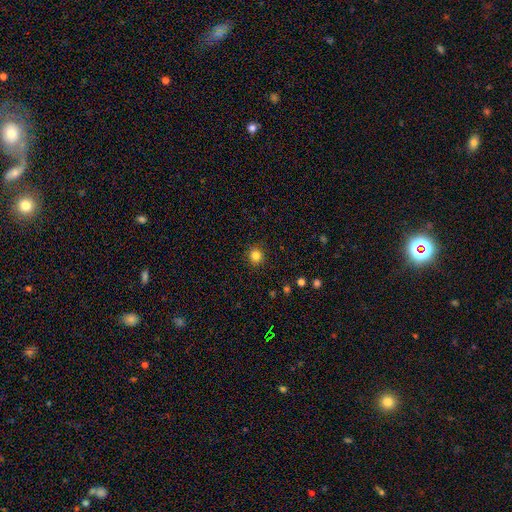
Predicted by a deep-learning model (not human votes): Morphology: type=smooth (83%); roundness=round (93%); merging=none (91%).